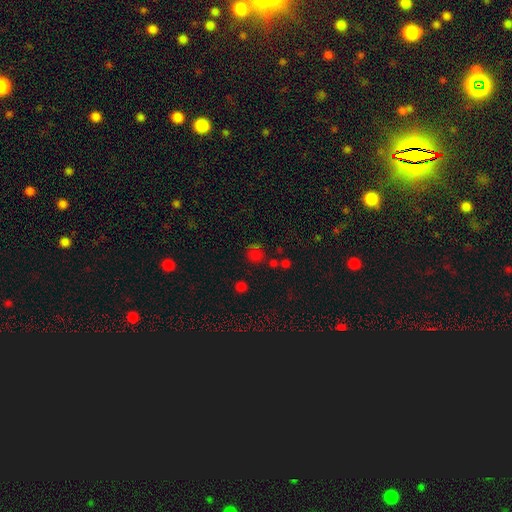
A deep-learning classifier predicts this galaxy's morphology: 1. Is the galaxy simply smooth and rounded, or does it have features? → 56% smooth, 33% star or artifact, 11% featured or disk.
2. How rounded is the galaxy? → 82% round, 17% in between, 1% cigar-shaped.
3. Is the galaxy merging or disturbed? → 57% none, 17% merger, 15% minor disturbance, 10% major disturbance.